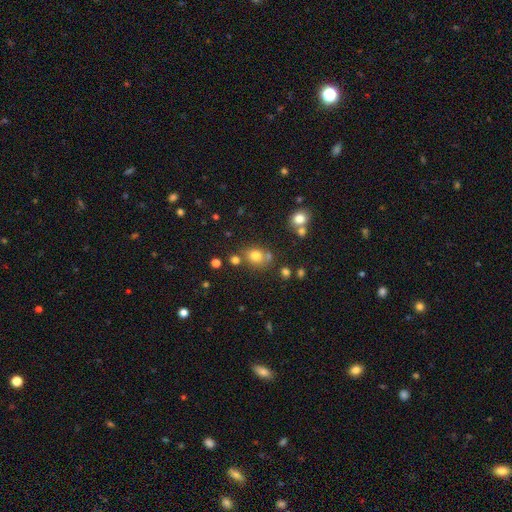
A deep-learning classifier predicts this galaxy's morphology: This is likely a smooth galaxy (76%). How rounded: likely round (61%). Merging: likely none (62%).